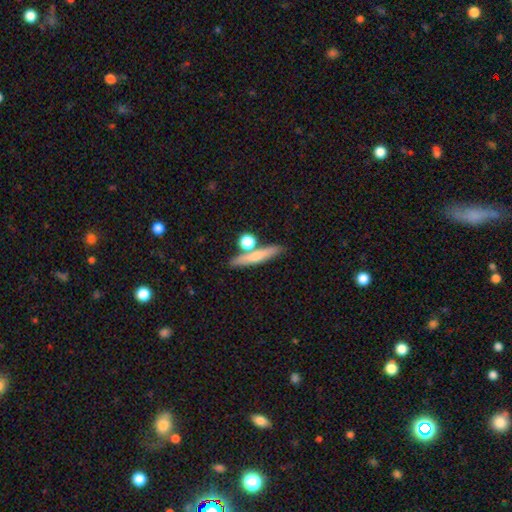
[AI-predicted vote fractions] Smooth or featured: smooth — 60% (featured or disk — 33%)
How rounded: cigar-shaped — 76% (in between — 13%)
Merging: none — 71% (merger — 16%)